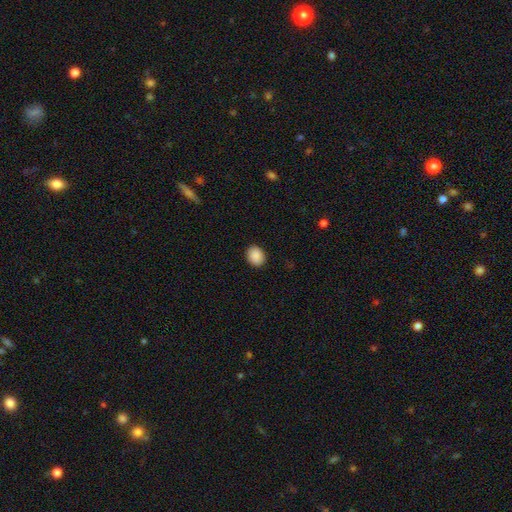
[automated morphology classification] Smooth or featured? Predicted: smooth (p=0.90). How rounded? Predicted: round (p=0.55). Merging? Predicted: none (p=0.91).